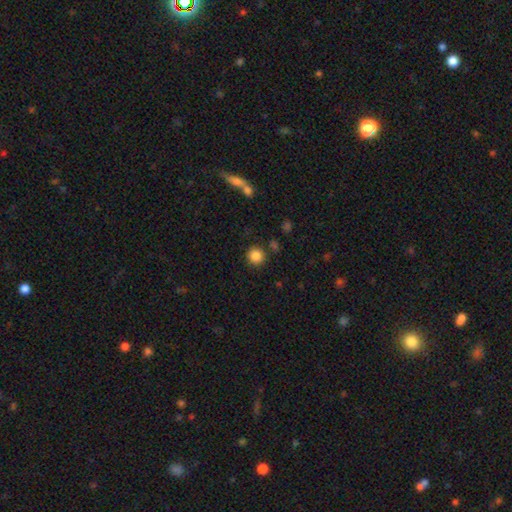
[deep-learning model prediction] This is clearly a smooth galaxy (86%). How rounded: clearly round (92%). Merging: clearly none (85%).